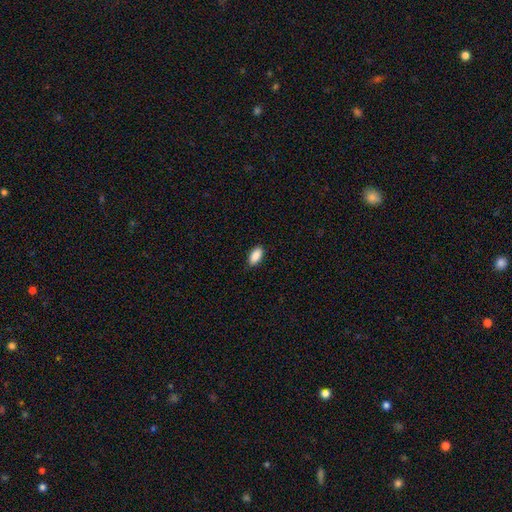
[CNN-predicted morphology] A smooth galaxy with no disk features (90%) that is in between round and cigar-shaped (91%). Merging: none (85%).